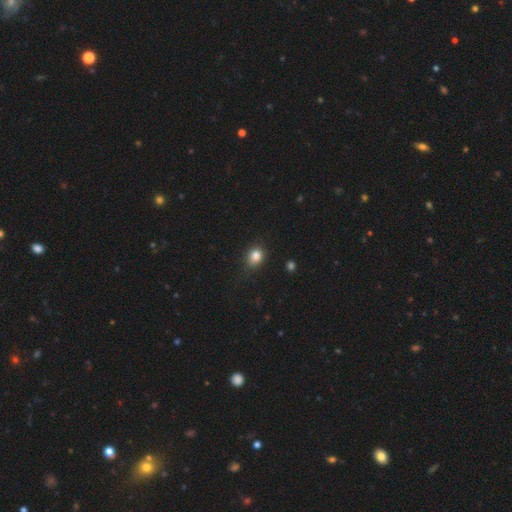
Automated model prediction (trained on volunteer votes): This is clearly a smooth galaxy (83%). How rounded: likely round (61%). Merging: clearly none (80%).